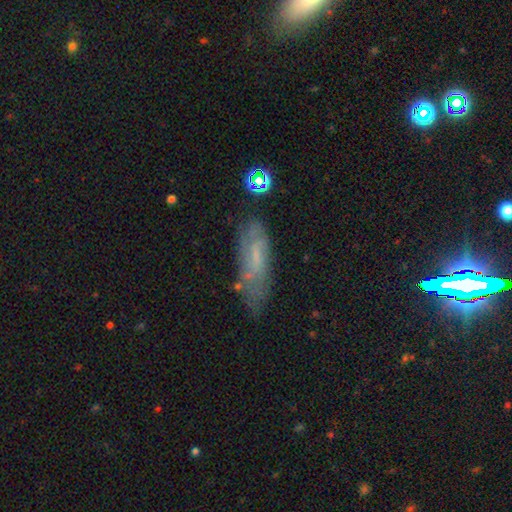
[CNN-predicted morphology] The model was most divided on "smooth or featured": featured or disk: 48%, smooth: 42%, star or artifact: 10%. More confident: merging — none (61%).